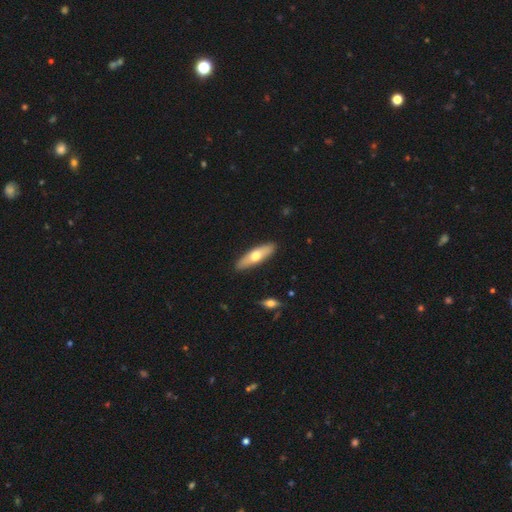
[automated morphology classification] smooth_or_featured: smooth (p=0.57) [alt: featured or disk p=0.38]
how_rounded: cigar-shaped (p=0.58) [alt: in between p=0.39]
merging: none (p=0.89) [alt: minor disturbance p=0.08]